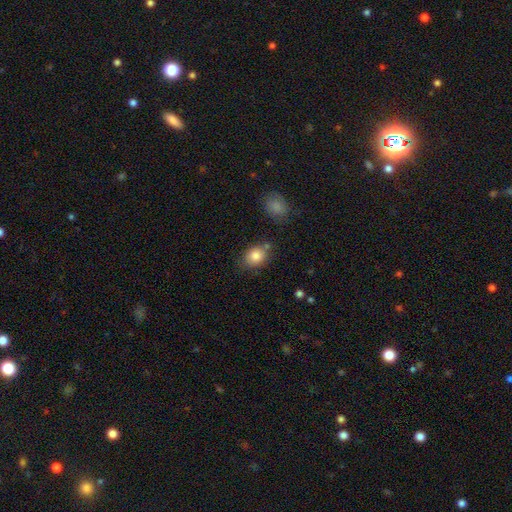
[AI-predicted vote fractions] This appears to be a smooth galaxy with no disk features (83%) that is in between round and cigar-shaped (63%). Merging: none (71%).